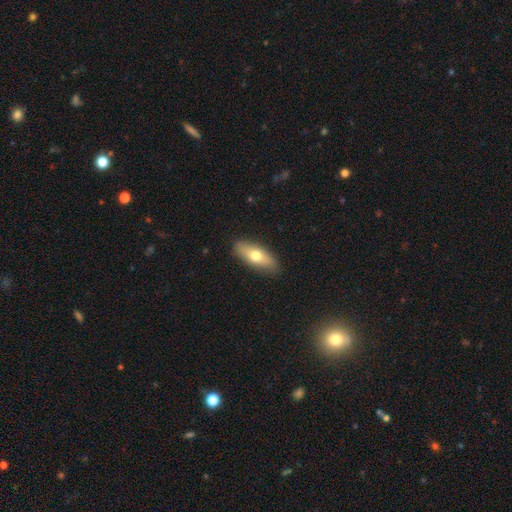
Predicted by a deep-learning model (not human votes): Smooth or featured? Predicted: smooth (p=0.66). How rounded? Predicted: in between (p=0.70). Merging? Predicted: none (p=0.88).